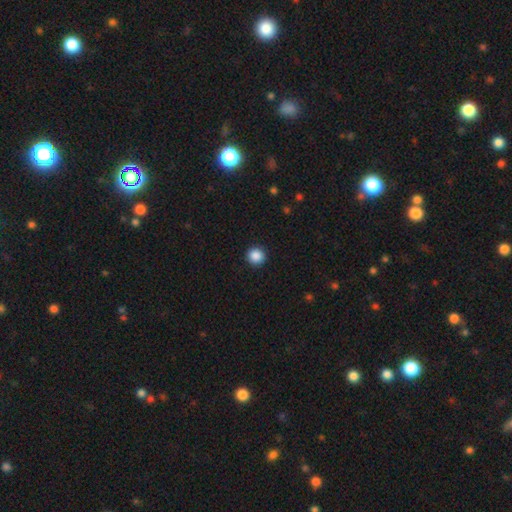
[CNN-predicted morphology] type=smooth (88%); roundness=round (94%); merging=none (92%).